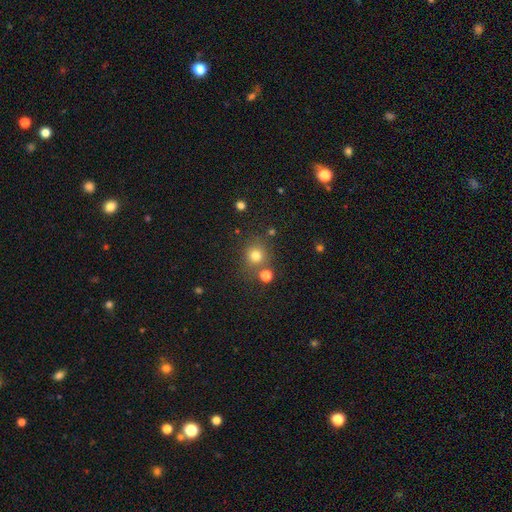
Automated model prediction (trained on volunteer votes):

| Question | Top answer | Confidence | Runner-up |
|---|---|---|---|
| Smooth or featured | smooth | 77% | star or artifact (16%) |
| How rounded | round | 89% | in between (10%) |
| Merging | none | 74% | merger (12%) |